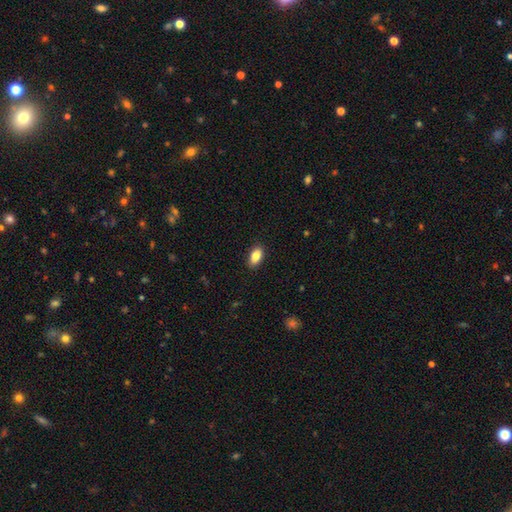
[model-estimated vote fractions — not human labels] This is clearly a smooth galaxy (86%). How rounded: clearly in between (92%). Merging: clearly none (89%).